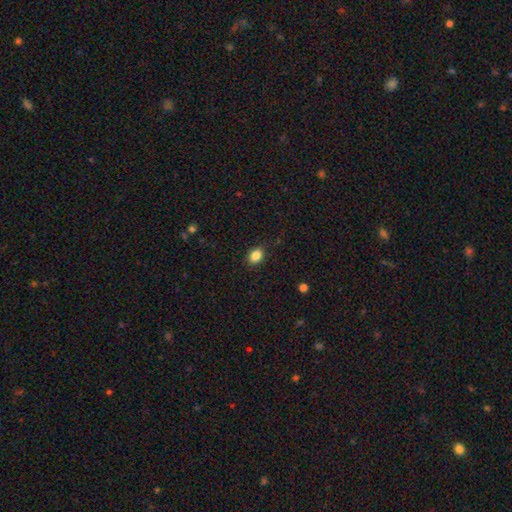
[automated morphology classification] smooth-or-featured: smooth: 86% | star or artifact: 9% | featured or disk: 4%
  how-rounded: in between: 70% | round: 29% | cigar-shaped: 1%
  merging: none: 86% | minor disturbance: 11% | major disturbance: 3% | merger: 1%